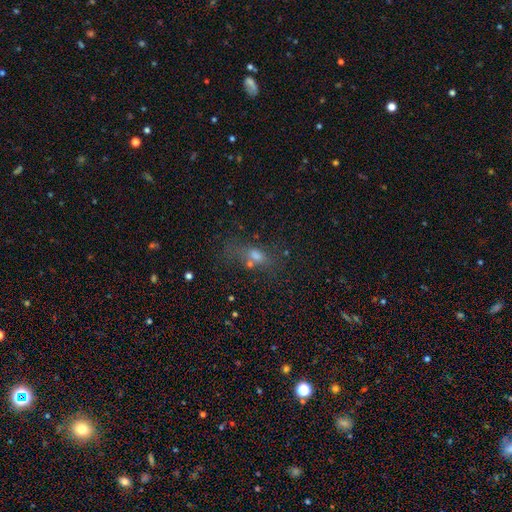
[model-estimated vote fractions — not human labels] Smooth or featured? smooth (53%)
How rounded? in between (60%)
Merging? none (47%)